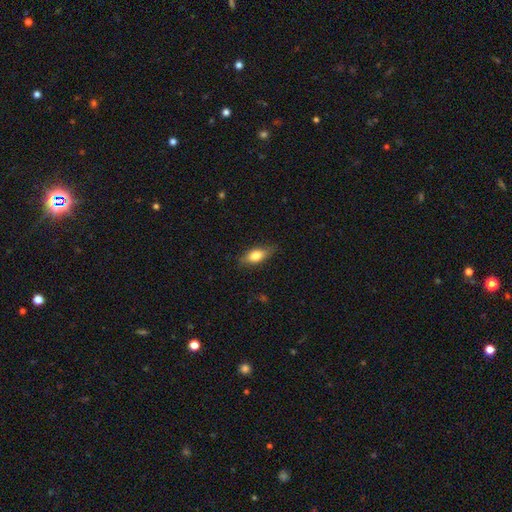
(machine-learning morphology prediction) A smooth galaxy with no disk features (70%) that is in between round and cigar-shaped (76%).

Vote fractions:
- Smooth or featured? smooth: 70% / featured or disk: 23% / star or artifact: 7%
- How rounded? in between: 76% / cigar-shaped: 19% / round: 5%
- Merging? none: 78% / minor disturbance: 17% / major disturbance: 4% / merger: 1%